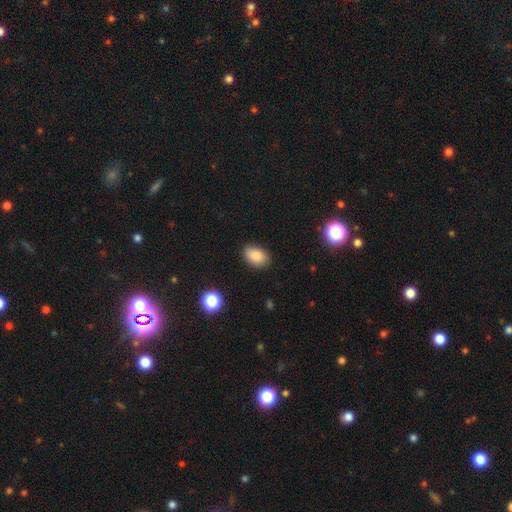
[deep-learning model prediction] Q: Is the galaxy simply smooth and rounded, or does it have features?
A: smooth — 85%.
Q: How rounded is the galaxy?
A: in between — 87%.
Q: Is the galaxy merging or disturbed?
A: none — 84%.